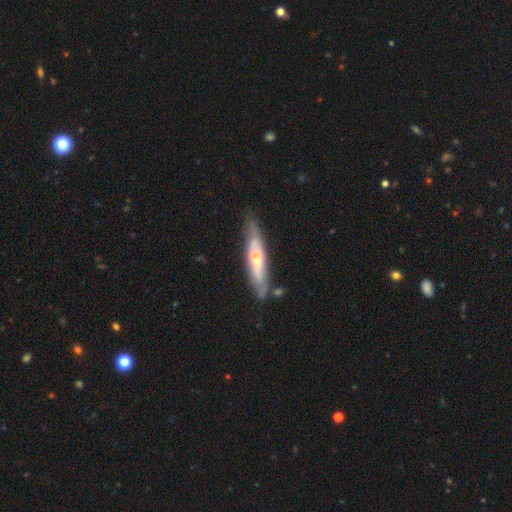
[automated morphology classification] A featured or disk galaxy (61%) viewed edge-on (57%).

Vote fractions:
- Smooth or featured? featured or disk: 61% / smooth: 34% / star or artifact: 5%
- Edge-on disk? yes: 57% / no: 43%
- Merging? none: 72% / minor disturbance: 17% / merger: 6% / major disturbance: 5%